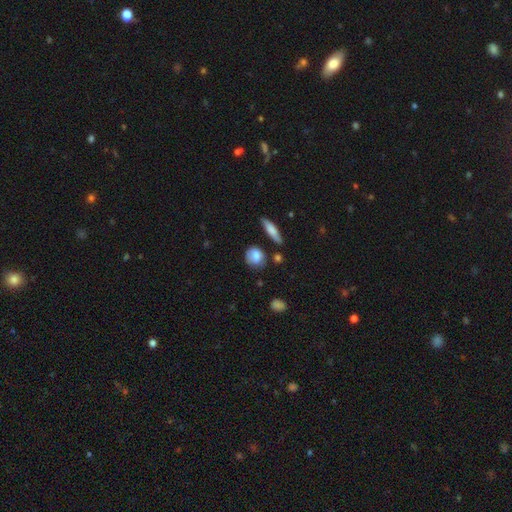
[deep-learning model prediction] Morphology: type=smooth (77%); roundness=round (58%); merging=none (66%).